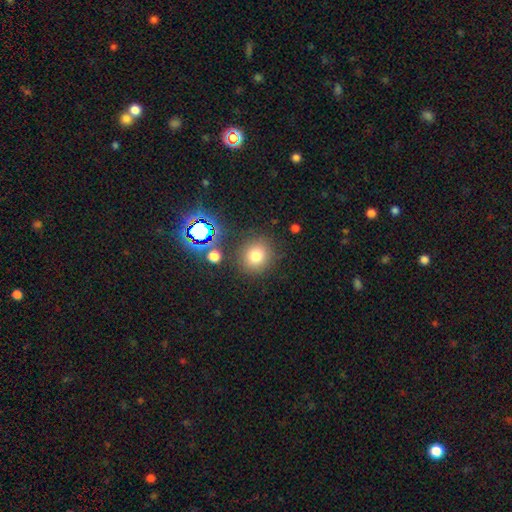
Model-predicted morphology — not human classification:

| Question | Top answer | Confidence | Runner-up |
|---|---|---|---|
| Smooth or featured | smooth | 75% | star or artifact (17%) |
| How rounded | round | 88% | in between (11%) |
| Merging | none | 83% | minor disturbance (9%) |